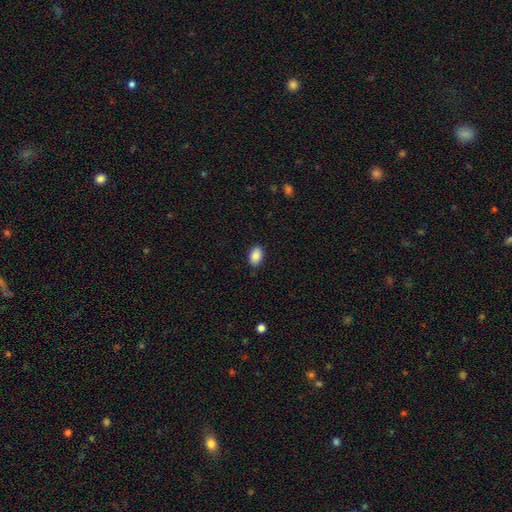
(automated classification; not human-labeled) smooth 88%, star or artifact 8%, featured or disk 5%. Down the decision tree: how rounded — in between (89%); merging — none (88%).